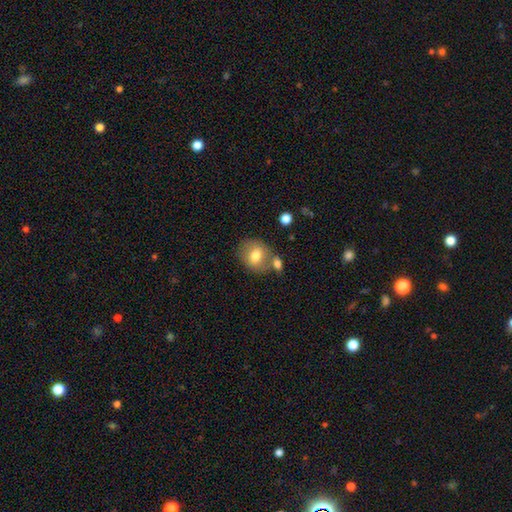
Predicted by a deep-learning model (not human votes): The model was most divided on "how rounded": round: 55%, in between: 44%, cigar-shaped: 1%. More confident: smooth or featured — smooth (73%); merging — none (57%).